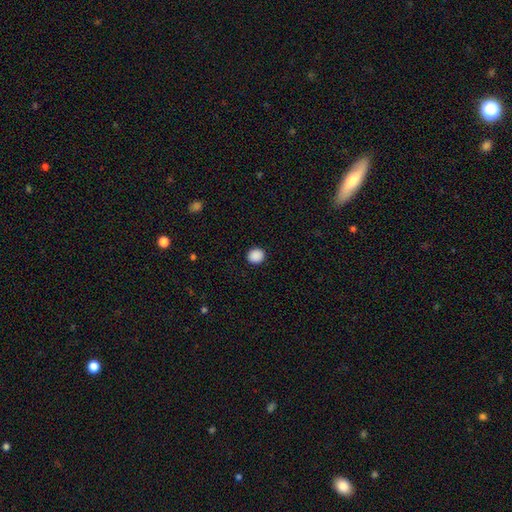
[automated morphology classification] smooth-or-featured: smooth: 89% | star or artifact: 9% | featured or disk: 2%
  how-rounded: round: 84% | in between: 15% | cigar-shaped: 1%
  merging: none: 92% | minor disturbance: 5% | major disturbance: 2% | merger: 1%